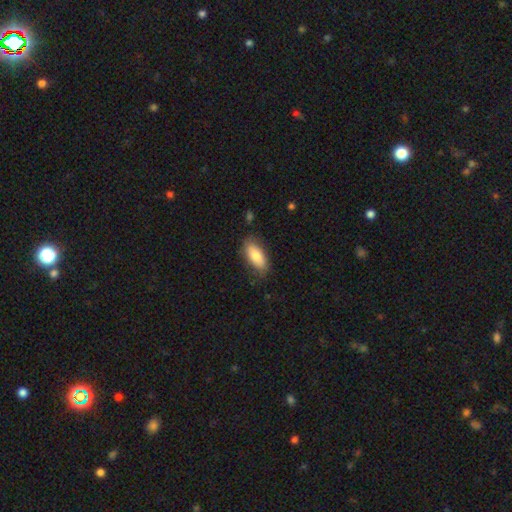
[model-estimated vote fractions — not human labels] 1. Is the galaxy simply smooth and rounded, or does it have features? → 82% smooth, 12% featured or disk, 6% star or artifact.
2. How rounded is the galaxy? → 82% in between, 16% cigar-shaped, 2% round.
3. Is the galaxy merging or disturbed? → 79% none, 16% minor disturbance, 4% major disturbance, 2% merger.